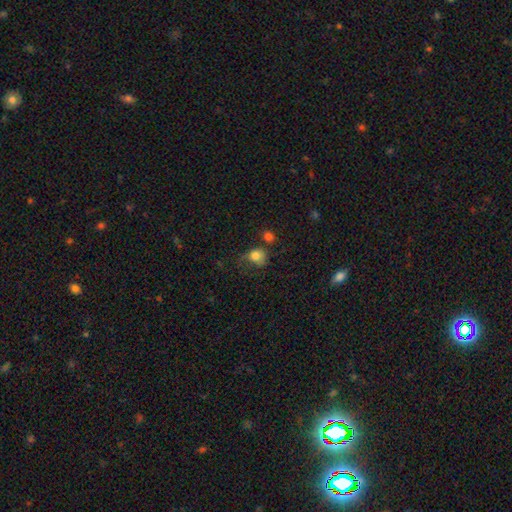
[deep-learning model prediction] Q: Smooth or featured?
A: smooth (78%); runner-up: featured or disk (12%)
Q: How rounded?
A: round (70%); runner-up: in between (29%)
Q: Merging?
A: none (37%); runner-up: minor disturbance (26%)